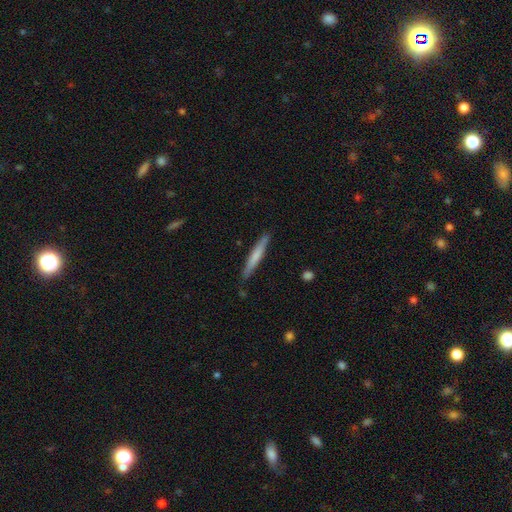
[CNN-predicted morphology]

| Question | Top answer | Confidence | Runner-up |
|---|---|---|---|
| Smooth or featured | smooth | 64% | featured or disk (31%) |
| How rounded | cigar-shaped | 95% | in between (3%) |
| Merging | none | 88% | minor disturbance (9%) |